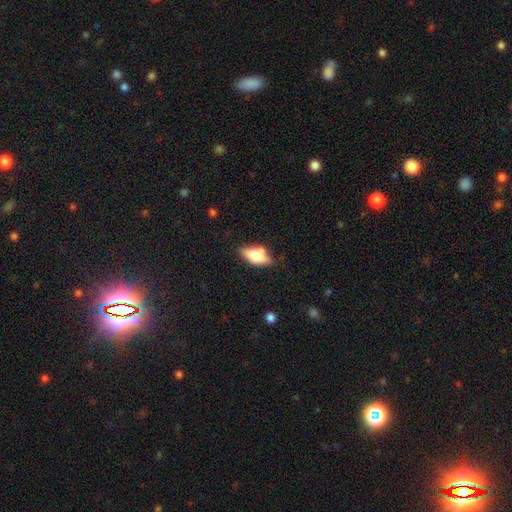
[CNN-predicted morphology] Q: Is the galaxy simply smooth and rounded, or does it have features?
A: smooth — 65%.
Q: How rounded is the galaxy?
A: in between — 85%.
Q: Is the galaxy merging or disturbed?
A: none — 65%.